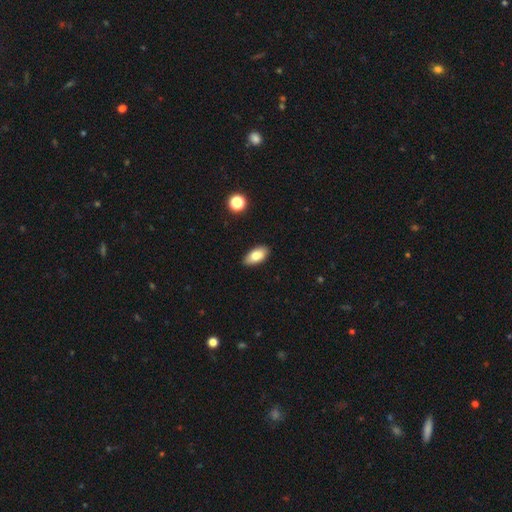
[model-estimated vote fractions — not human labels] smooth_or_featured: smooth (p=0.79) [alt: featured or disk p=0.13]
how_rounded: in between (p=0.91) [alt: cigar-shaped p=0.05]
merging: none (p=0.88) [alt: minor disturbance p=0.09]